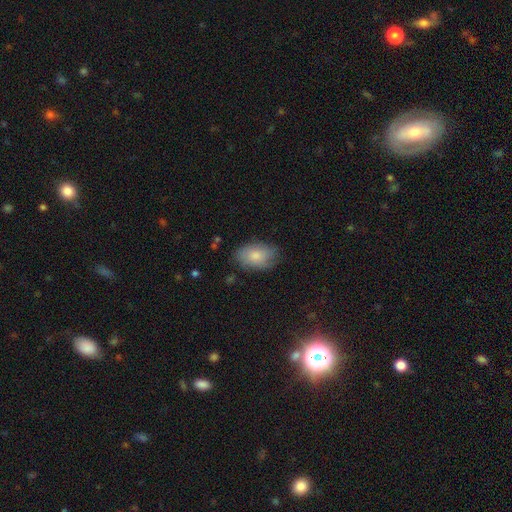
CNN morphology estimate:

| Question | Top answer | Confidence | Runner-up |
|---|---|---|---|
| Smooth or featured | smooth | 75% | featured or disk (18%) |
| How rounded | in between | 88% | round (11%) |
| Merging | none | 72% | minor disturbance (21%) |